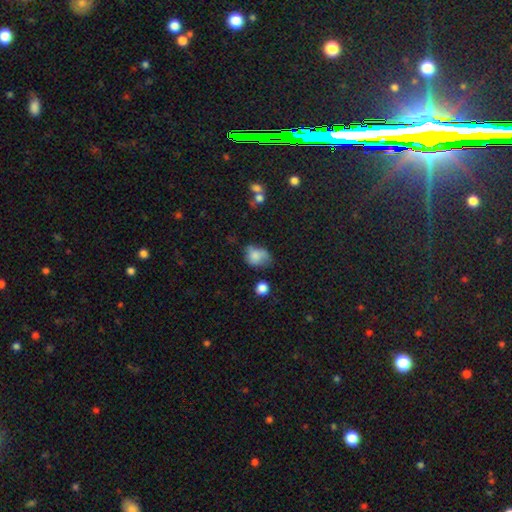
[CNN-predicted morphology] Q: Smooth or featured?
A: smooth (74%); runner-up: featured or disk (15%)
Q: How rounded?
A: in between (61%); runner-up: round (37%)
Q: Merging?
A: none (37%); runner-up: minor disturbance (36%)